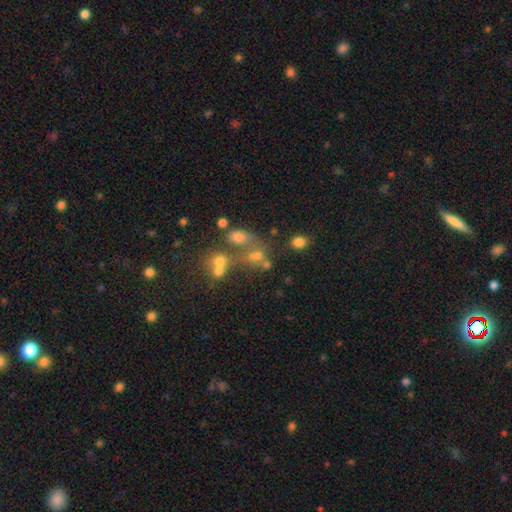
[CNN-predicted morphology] This appears to be a smooth galaxy with no disk features (57%) that is in between round and cigar-shaped (57%). Merging: merger (44%).